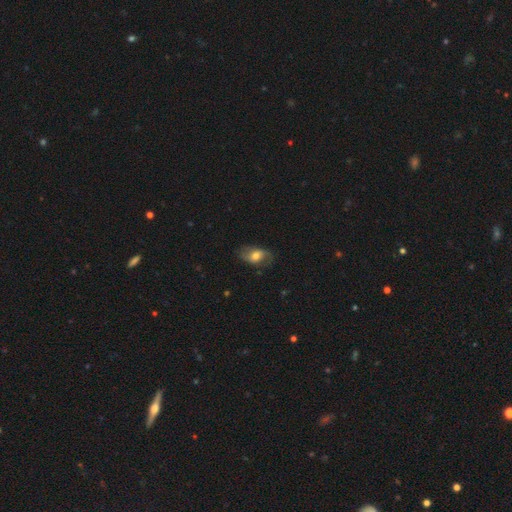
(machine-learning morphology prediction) This appears to be a smooth galaxy with no disk features (54%) that is in between round and cigar-shaped (84%). Merging: none (70%).